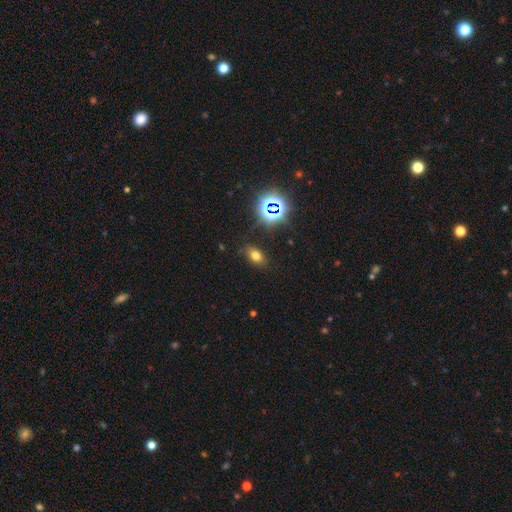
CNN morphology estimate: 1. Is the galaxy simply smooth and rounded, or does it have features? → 66% smooth, 24% star or artifact, 10% featured or disk.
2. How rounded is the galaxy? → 81% in between, 16% round, 3% cigar-shaped.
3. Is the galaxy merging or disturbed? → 84% none, 11% minor disturbance, 3% major disturbance, 2% merger.